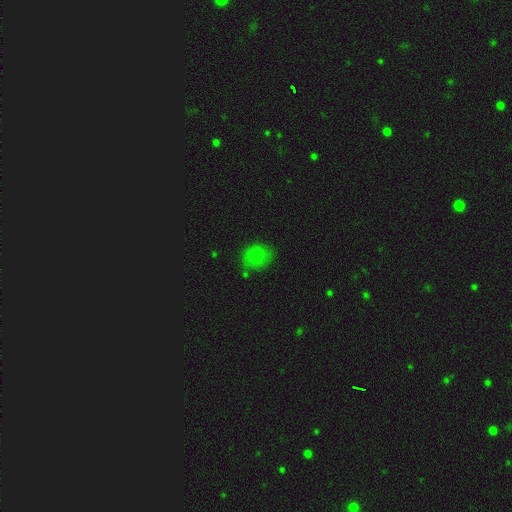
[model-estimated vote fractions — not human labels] smooth 75%, star or artifact 15%, featured or disk 10%. Down the decision tree: how rounded — round (62%); merging — none (64%).